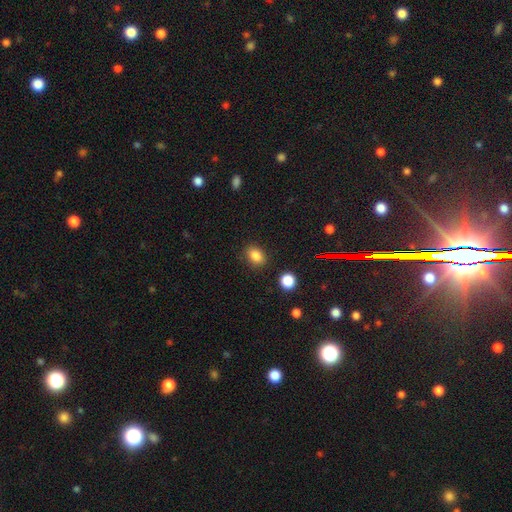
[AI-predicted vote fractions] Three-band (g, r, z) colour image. It shows a smooth galaxy with no disk features (84%) that is in between round and cigar-shaped (67%). Merging: none (84%).